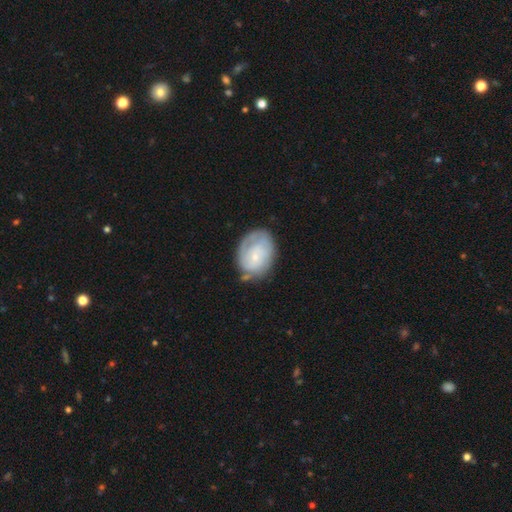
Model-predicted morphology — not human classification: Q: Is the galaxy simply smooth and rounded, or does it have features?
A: featured or disk — 60%.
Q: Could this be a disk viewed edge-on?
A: no — 97%.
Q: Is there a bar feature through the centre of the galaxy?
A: no — 71%.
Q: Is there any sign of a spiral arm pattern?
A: yes — 79%.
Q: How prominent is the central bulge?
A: small — 74%.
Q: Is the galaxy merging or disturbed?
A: none — 60%.